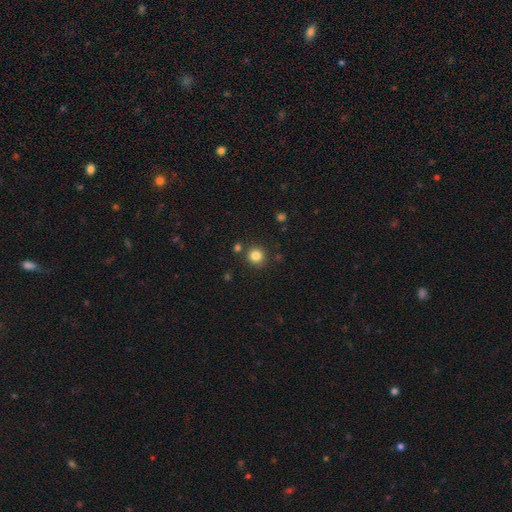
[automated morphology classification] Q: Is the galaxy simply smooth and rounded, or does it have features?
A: smooth — 84%.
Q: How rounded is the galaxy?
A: round — 93%.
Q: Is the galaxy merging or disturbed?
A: none — 86%.